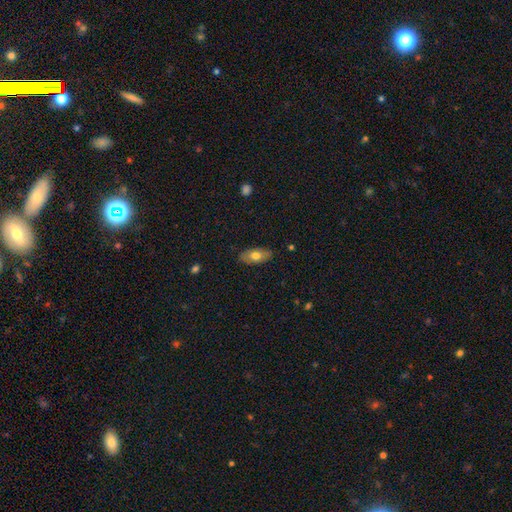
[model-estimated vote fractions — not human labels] smooth 68%, featured or disk 25%, star or artifact 7%. Down the decision tree: how rounded — in between (89%); merging — none (84%).